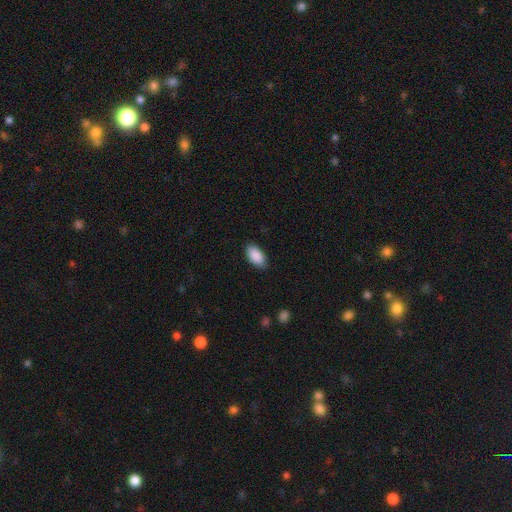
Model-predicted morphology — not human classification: smooth-or-featured: smooth: 90% | star or artifact: 6% | featured or disk: 3%
  how-rounded: in between: 95% | round: 3% | cigar-shaped: 2%
  merging: none: 86% | minor disturbance: 11% | major disturbance: 2% | merger: 1%